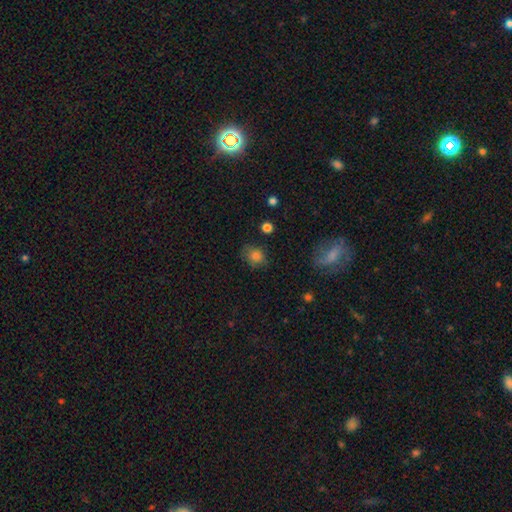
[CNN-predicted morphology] A smooth galaxy with no disk features (81%) that is round (65%). Merging: none (72%).